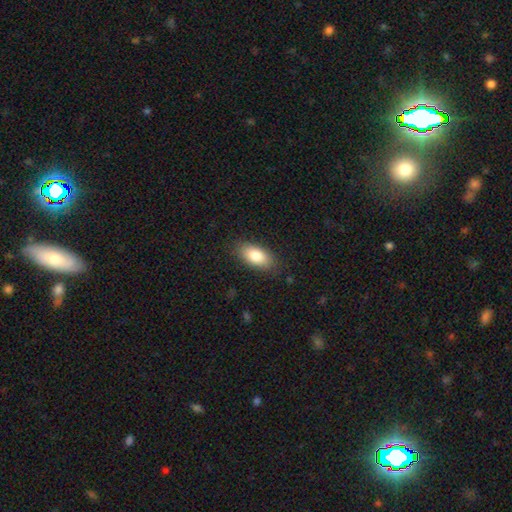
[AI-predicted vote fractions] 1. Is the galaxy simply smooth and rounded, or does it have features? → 83% smooth, 10% featured or disk, 7% star or artifact.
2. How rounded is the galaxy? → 92% in between, 5% cigar-shaped, 4% round.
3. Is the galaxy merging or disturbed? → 85% none, 11% minor disturbance, 3% major disturbance, 1% merger.